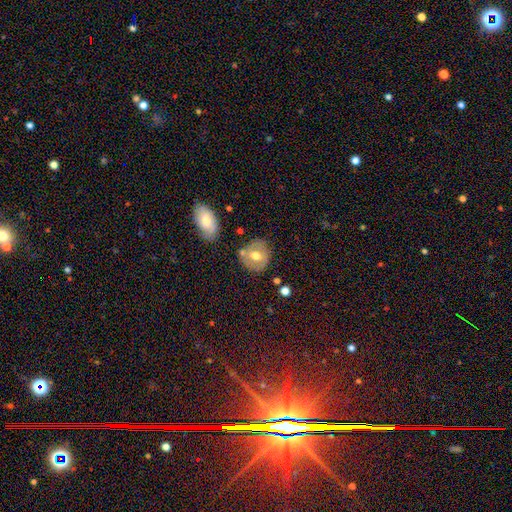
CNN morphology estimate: smooth-or-featured: smooth: 55% | featured or disk: 37% | star or artifact: 8%
  how-rounded: round: 78% | in between: 21% | cigar-shaped: 1%
  merging: none: 69% | minor disturbance: 17% | merger: 10% | major disturbance: 5%